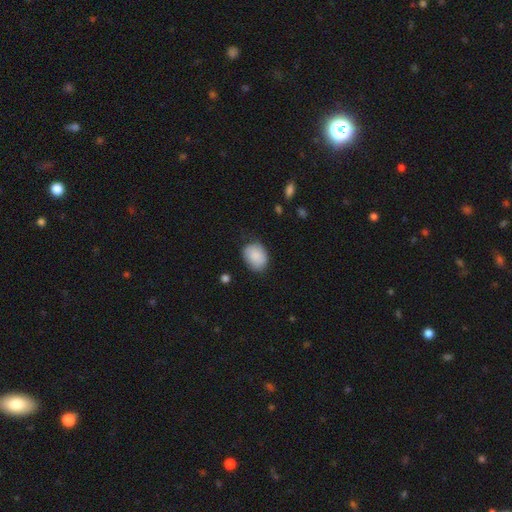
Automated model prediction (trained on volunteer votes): This is clearly a smooth galaxy (88%). How rounded: likely in between (67%). Merging: likely none (72%).